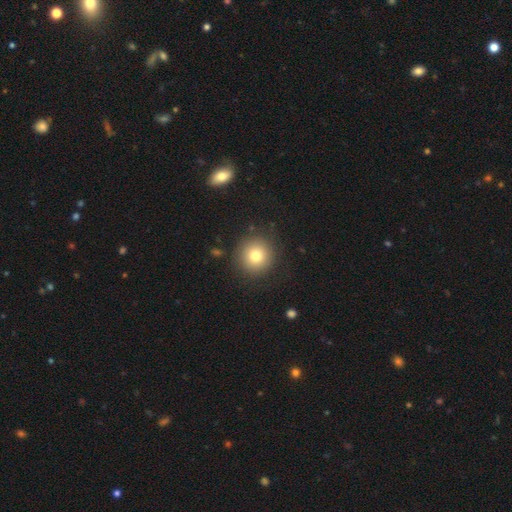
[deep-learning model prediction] The model was most divided on "smooth or featured": smooth: 78%, star or artifact: 12%, featured or disk: 10%. More confident: how rounded — round (93%); merging — none (89%).